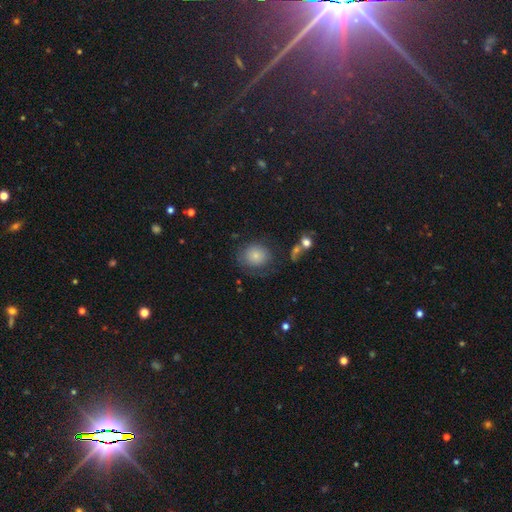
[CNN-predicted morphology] smooth-or-featured: smooth: 76% | featured or disk: 15% | star or artifact: 9%
  how-rounded: round: 75% | in between: 24% | cigar-shaped: 1%
  merging: none: 65% | minor disturbance: 20% | major disturbance: 12% | merger: 3%